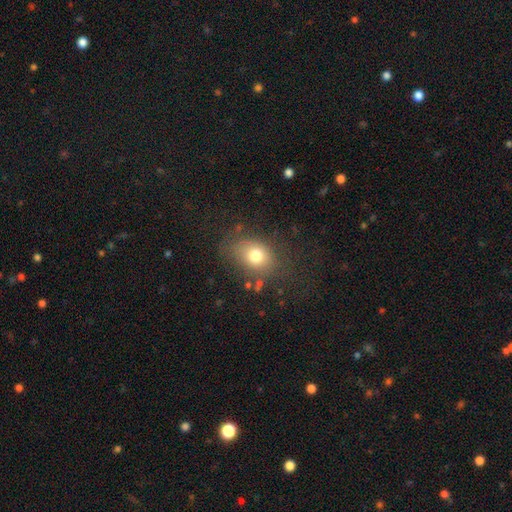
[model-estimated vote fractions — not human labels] A smooth galaxy with no disk features (76%) that is in between round and cigar-shaped (60%). Merging: none (71%).